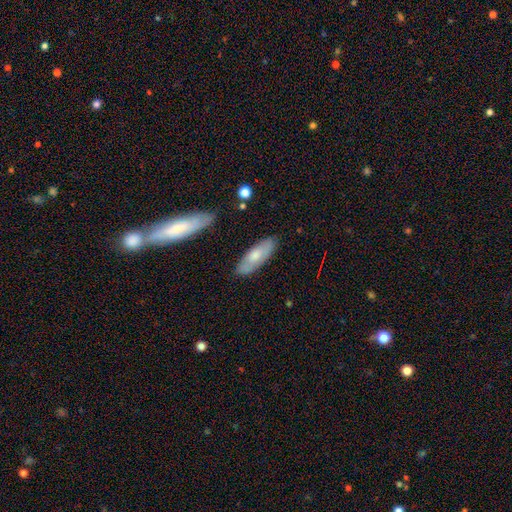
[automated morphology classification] Smooth or featured? smooth (65%)
How rounded? in between (64%)
Merging? none (83%)